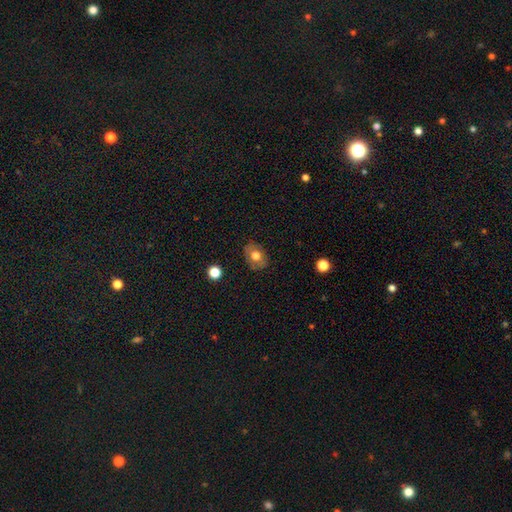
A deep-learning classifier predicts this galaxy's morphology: This is likely a smooth galaxy (67%). How rounded: likely in between (63%). Merging: clearly none (82%).